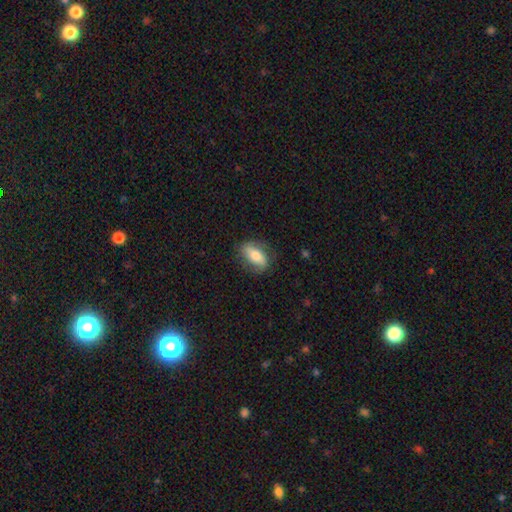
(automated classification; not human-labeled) Smooth or featured? smooth (60%)
How rounded? in between (80%)
Merging? none (77%)